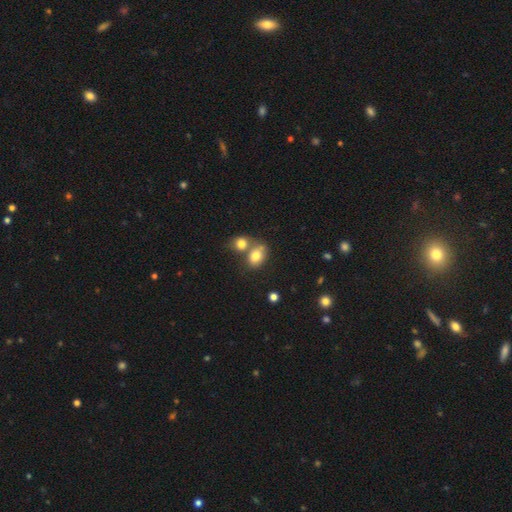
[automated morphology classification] type=smooth (79%); roundness=in between (70%); merging=merger (47%).